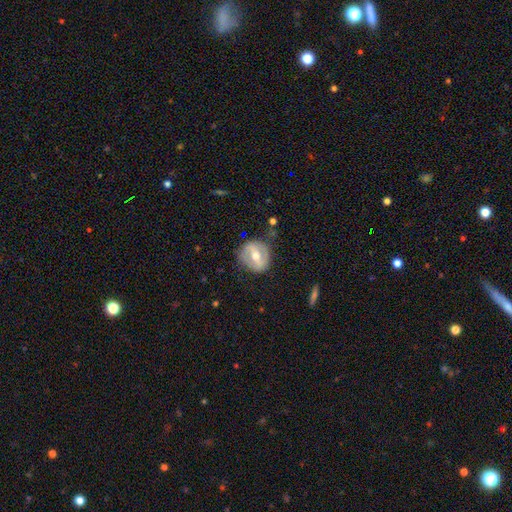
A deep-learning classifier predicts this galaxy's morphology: A featured or disk galaxy (62%) with a strong bar (47%), no spiral arms (54%) and a moderate central bulge (74%). Merging: none (75%).